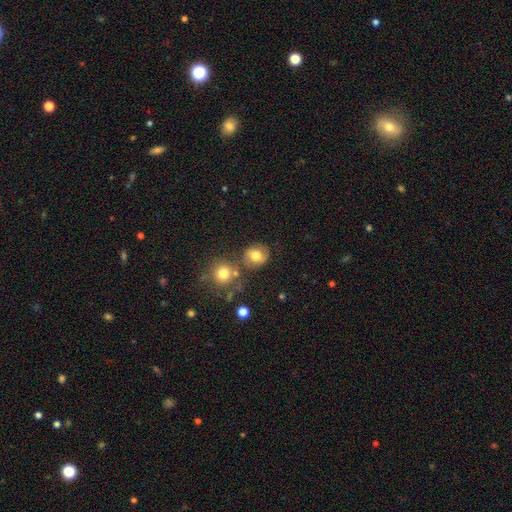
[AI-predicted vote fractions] A smooth galaxy with no disk features (60%) that is round (75%). Merging: none (71%).